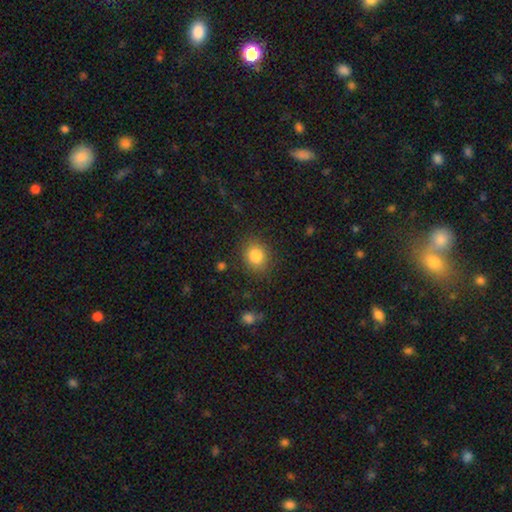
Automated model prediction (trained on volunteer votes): Q: Smooth or featured?
A: smooth (84%); runner-up: star or artifact (10%)
Q: How rounded?
A: round (74%); runner-up: in between (25%)
Q: Merging?
A: none (86%); runner-up: minor disturbance (10%)